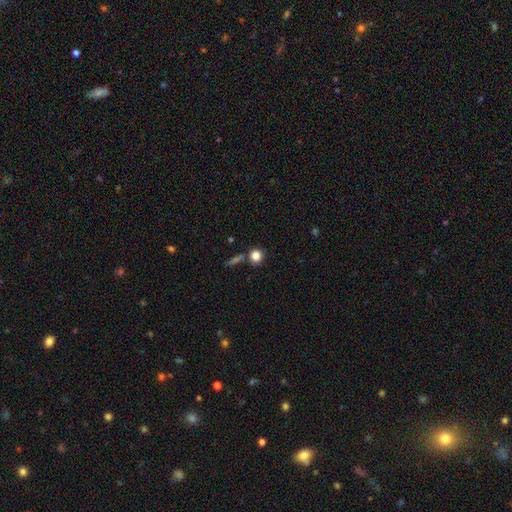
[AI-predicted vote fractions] smooth_or_featured: smooth (p=0.83) [alt: star or artifact p=0.11]
how_rounded: round (p=0.88) [alt: in between p=0.10]
merging: none (p=0.73) [alt: merger p=0.13]